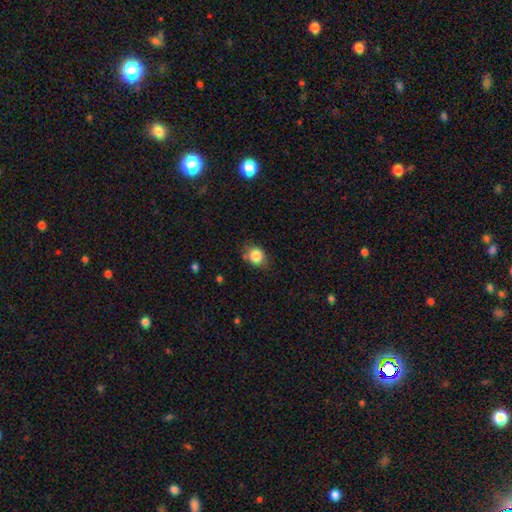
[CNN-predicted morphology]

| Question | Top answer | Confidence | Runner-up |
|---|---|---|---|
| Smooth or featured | smooth | 85% | star or artifact (9%) |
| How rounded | round | 57% | in between (42%) |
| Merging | none | 71% | minor disturbance (22%) |